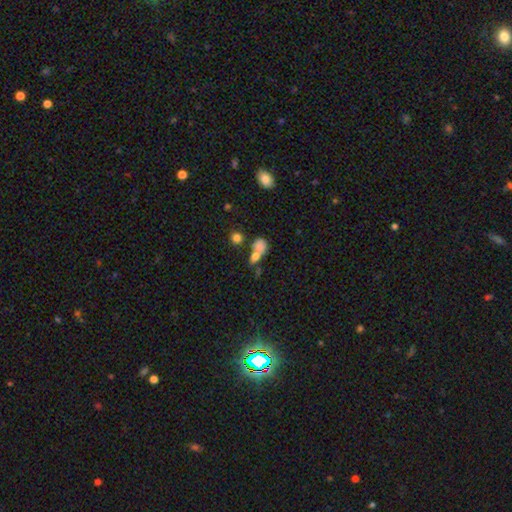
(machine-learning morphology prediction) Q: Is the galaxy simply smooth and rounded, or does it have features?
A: smooth — 73%.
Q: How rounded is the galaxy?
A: in between — 50%.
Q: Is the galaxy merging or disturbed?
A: merger — 54%.